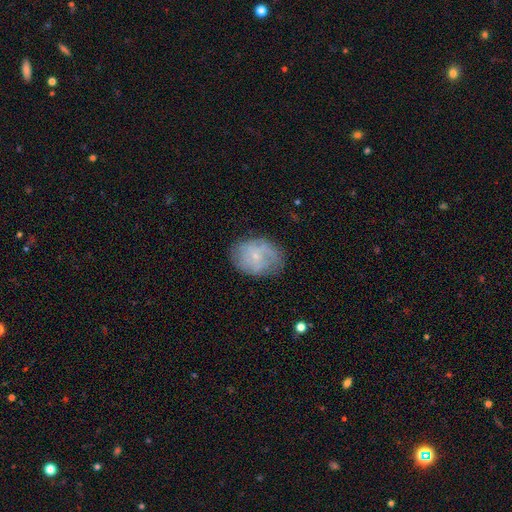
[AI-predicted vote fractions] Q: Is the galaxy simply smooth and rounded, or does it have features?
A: featured or disk — 59%.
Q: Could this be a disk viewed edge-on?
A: no — 97%.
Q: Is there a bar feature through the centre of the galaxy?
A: no — 73%.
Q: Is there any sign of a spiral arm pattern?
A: yes — 79%.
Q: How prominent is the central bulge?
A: small — 81%.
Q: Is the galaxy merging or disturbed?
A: none — 69%.